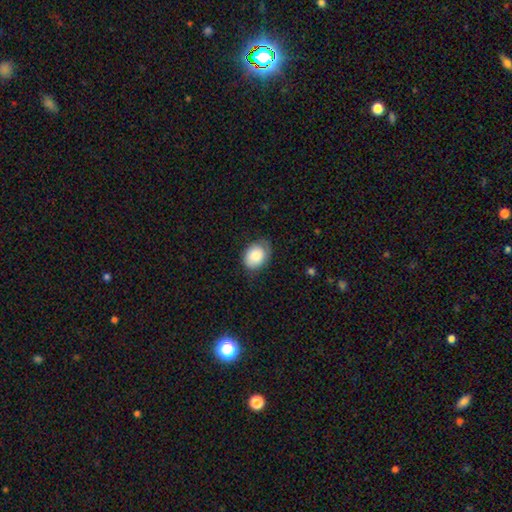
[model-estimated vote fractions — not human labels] smooth_or_featured: smooth (p=0.81) [alt: featured or disk p=0.12]
how_rounded: in between (p=0.67) [alt: round p=0.32]
merging: none (p=0.71) [alt: minor disturbance p=0.22]